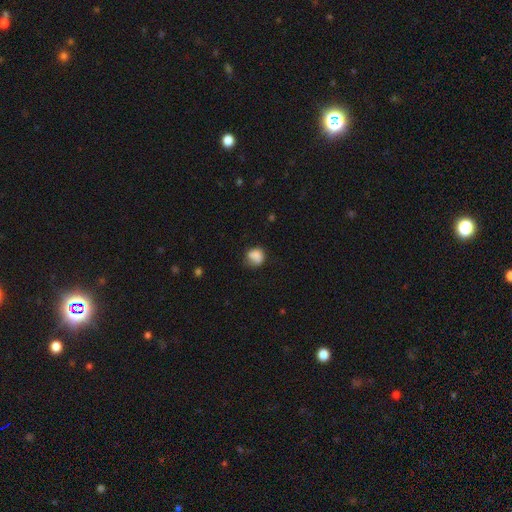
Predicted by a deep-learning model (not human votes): This appears to be a smooth galaxy with no disk features (77%) that is round (66%). Merging: none (47%).